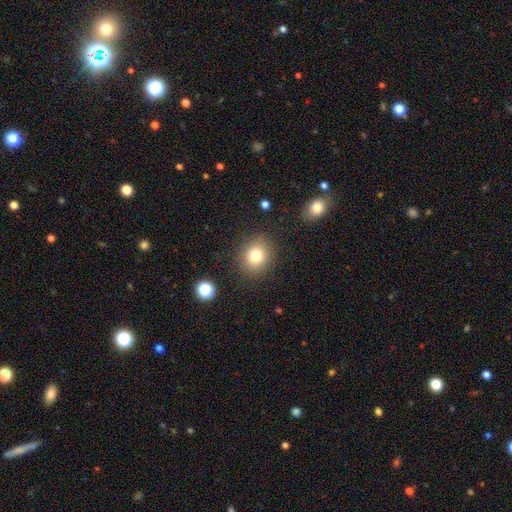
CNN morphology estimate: Smooth or featured? Predicted: smooth (p=0.78). How rounded? Predicted: round (p=0.70). Merging? Predicted: none (p=0.87).